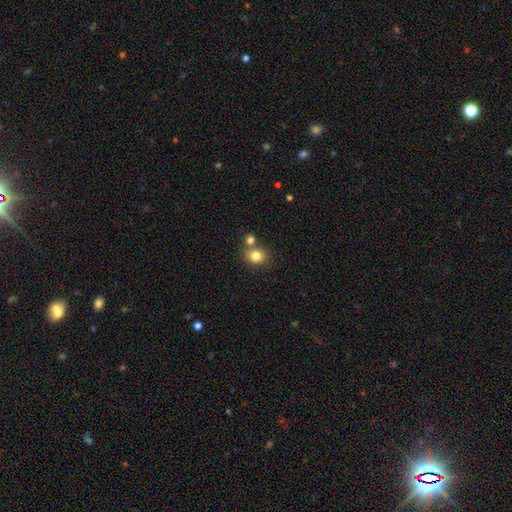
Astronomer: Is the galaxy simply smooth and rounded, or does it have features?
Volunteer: smooth — 95%.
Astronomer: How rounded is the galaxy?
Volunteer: round — 78%.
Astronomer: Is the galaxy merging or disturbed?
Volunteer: none — 63%.